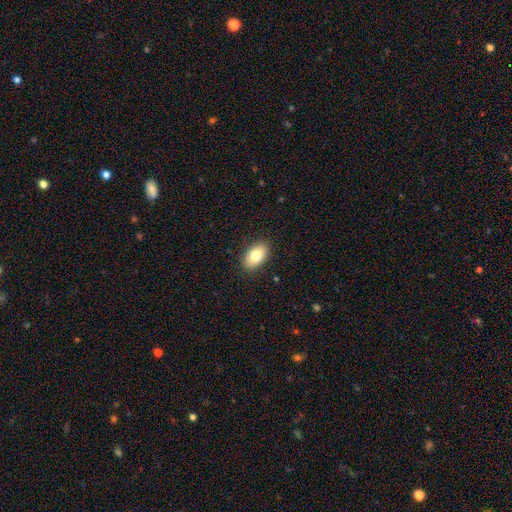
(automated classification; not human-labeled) Q: Smooth or featured?
A: smooth (79%); runner-up: featured or disk (13%)
Q: How rounded?
A: in between (92%); runner-up: round (6%)
Q: Merging?
A: none (89%); runner-up: minor disturbance (8%)